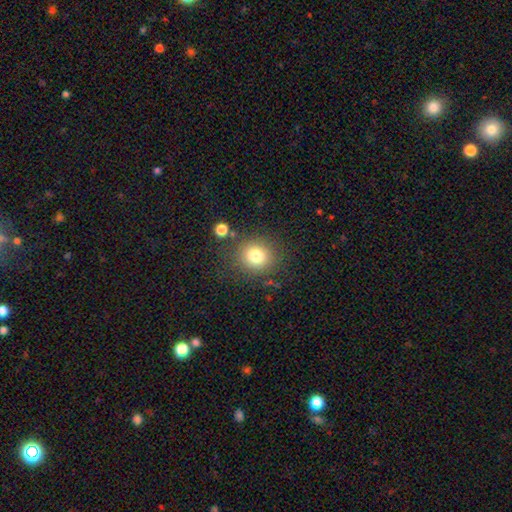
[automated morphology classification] A smooth galaxy with no disk features (79%) that is round (86%).

Vote fractions:
- Smooth or featured? smooth: 79% / star or artifact: 13% / featured or disk: 8%
- How rounded? round: 86% / in between: 13% / cigar-shaped: 1%
- Merging? none: 82% / minor disturbance: 10% / major disturbance: 4% / merger: 4%